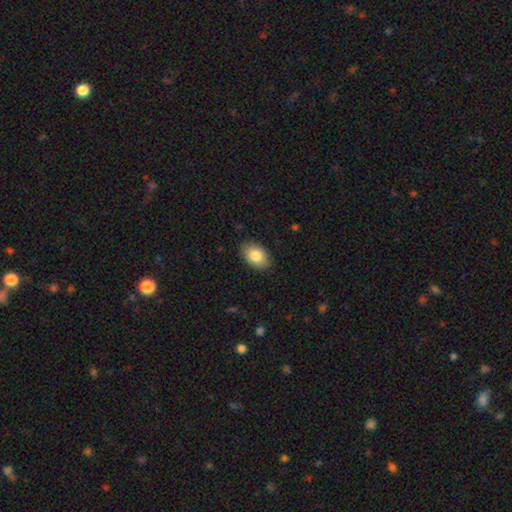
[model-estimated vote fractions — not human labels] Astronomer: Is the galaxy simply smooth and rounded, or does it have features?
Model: smooth — 84%.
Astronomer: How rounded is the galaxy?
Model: in between — 88%.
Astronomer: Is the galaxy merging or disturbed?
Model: none — 87%.